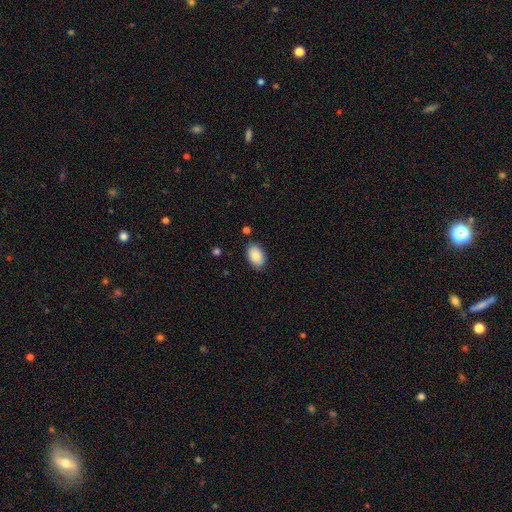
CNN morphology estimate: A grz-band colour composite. It shows a smooth galaxy with no disk features (86%) that is in between round and cigar-shaped (92%). Merging: none (83%).